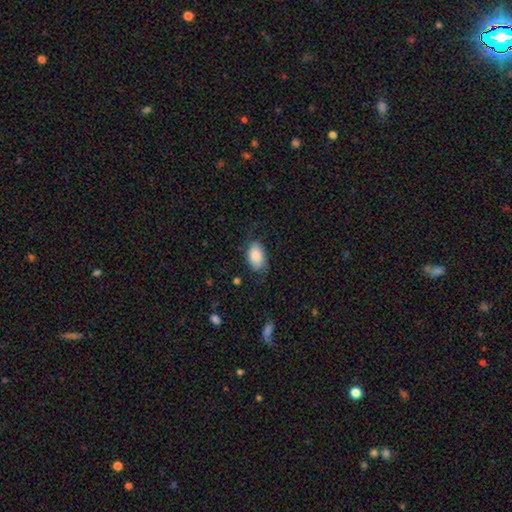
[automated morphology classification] Smooth or featured? Predicted: smooth (p=0.81). How rounded? Predicted: in between (p=0.93). Merging? Predicted: none (p=0.65).